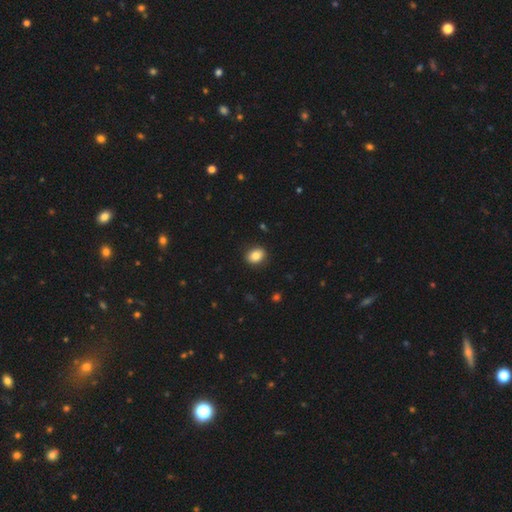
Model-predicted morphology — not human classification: Overall: smooth (84%). How rounded: in between (58%; round 41%). Merging: none (89%).